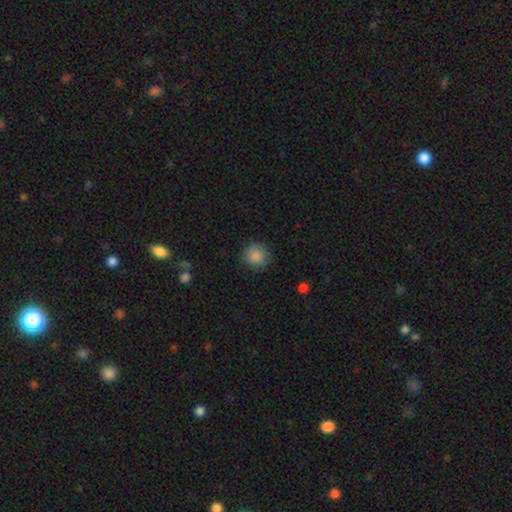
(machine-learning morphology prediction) The model was most divided on "merging": none: 86%, minor disturbance: 10%, major disturbance: 3%, merger: 1%. More confident: how rounded — round (92%); smooth or featured — smooth (87%).